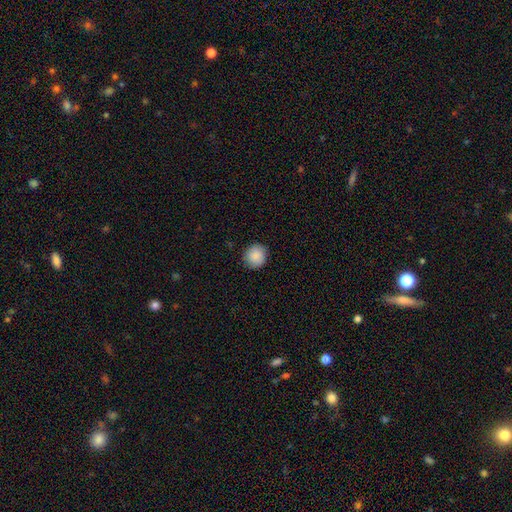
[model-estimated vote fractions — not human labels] This is clearly a smooth galaxy (89%). How rounded: clearly round (89%). Merging: clearly none (89%).